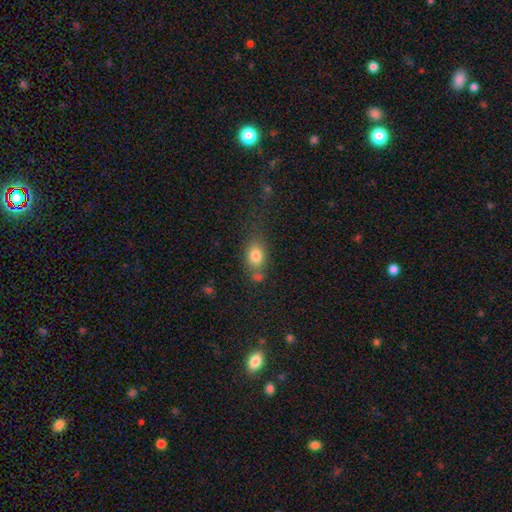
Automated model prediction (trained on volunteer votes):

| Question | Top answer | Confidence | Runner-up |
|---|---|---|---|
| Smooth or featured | smooth | 80% | featured or disk (10%) |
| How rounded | in between | 69% | round (28%) |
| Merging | none | 55% | merger (20%) |